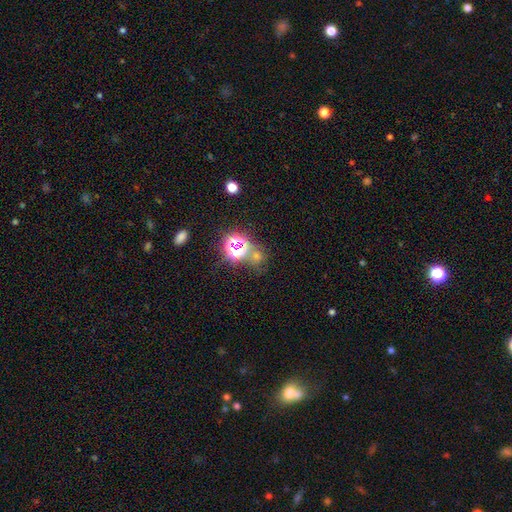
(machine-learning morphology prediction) A star or artifact, not a galaxy (58%).

Vote fractions:
- Smooth or featured? star or artifact: 58% / smooth: 33% / featured or disk: 9%